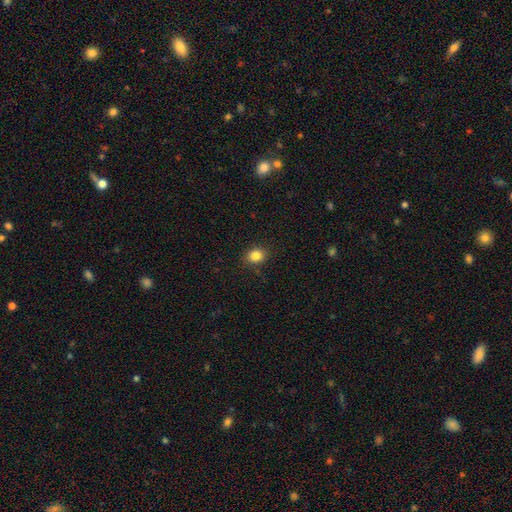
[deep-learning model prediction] Q: Smooth or featured?
A: smooth (84%); runner-up: star or artifact (11%)
Q: How rounded?
A: round (54%); runner-up: in between (45%)
Q: Merging?
A: none (88%); runner-up: minor disturbance (8%)